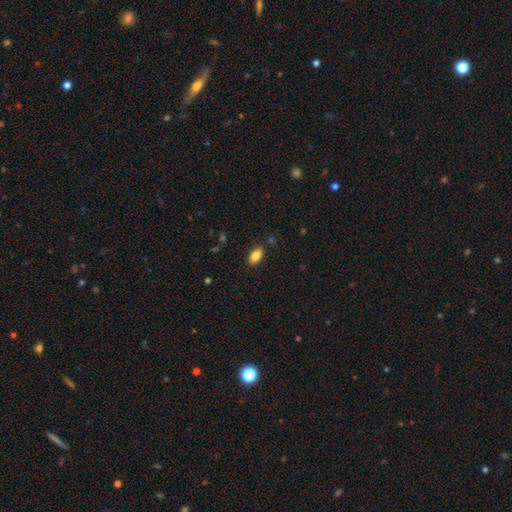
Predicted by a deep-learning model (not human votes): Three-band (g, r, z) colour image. It shows a smooth galaxy with no disk features (84%) that is in between round and cigar-shaped (91%). Merging: none (85%).